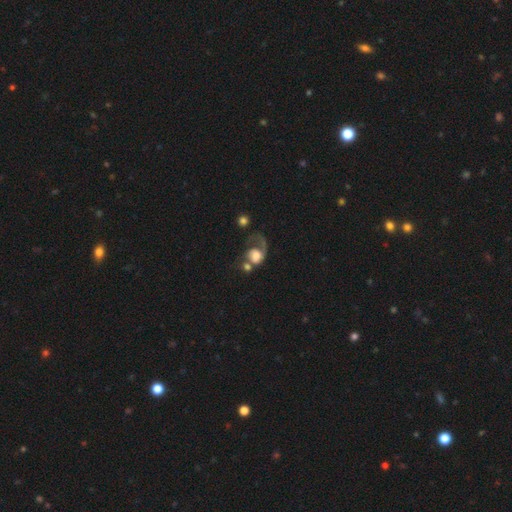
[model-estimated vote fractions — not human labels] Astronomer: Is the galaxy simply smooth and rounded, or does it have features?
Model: featured or disk — 49% (runner-up: smooth, 42%).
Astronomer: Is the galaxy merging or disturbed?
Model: major disturbance — 43% (runner-up: merger, 28%).